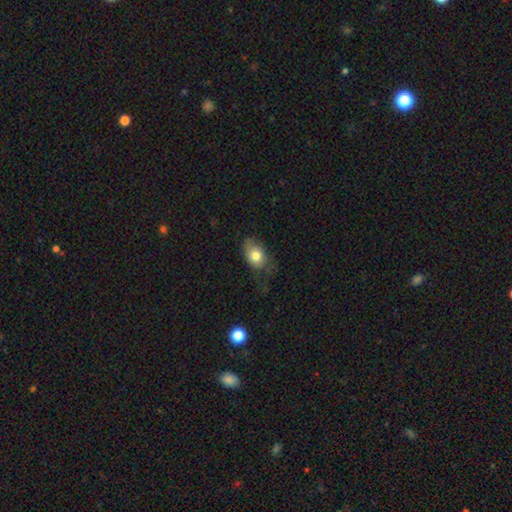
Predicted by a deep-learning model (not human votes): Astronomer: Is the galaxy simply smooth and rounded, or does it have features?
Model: smooth — 79%.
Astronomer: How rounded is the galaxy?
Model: in between — 79%.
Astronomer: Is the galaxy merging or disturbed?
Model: none — 48% (runner-up: minor disturbance, 32%).